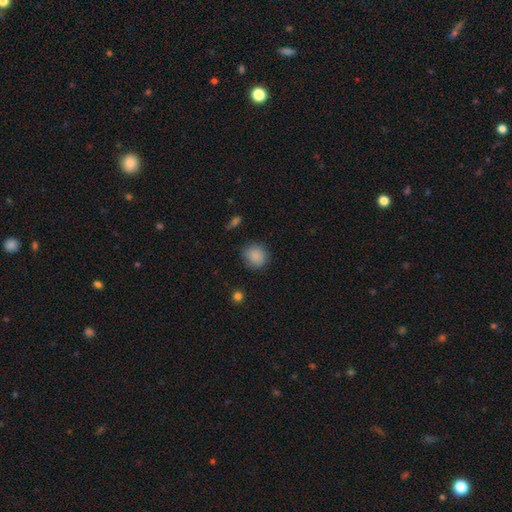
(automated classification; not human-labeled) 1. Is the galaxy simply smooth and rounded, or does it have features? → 87% smooth, 9% star or artifact, 4% featured or disk.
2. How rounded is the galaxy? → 88% round, 11% in between, 1% cigar-shaped.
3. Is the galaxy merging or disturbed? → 85% none, 11% minor disturbance, 3% major disturbance, 1% merger.